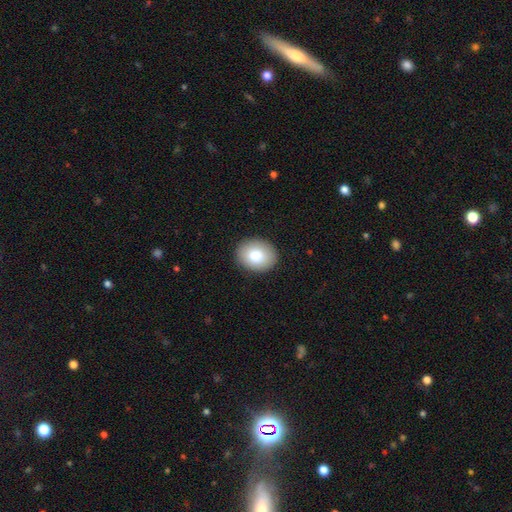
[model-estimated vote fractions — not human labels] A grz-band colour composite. It shows a smooth galaxy with no disk features (78%) that is round (55%). Merging: none (90%).